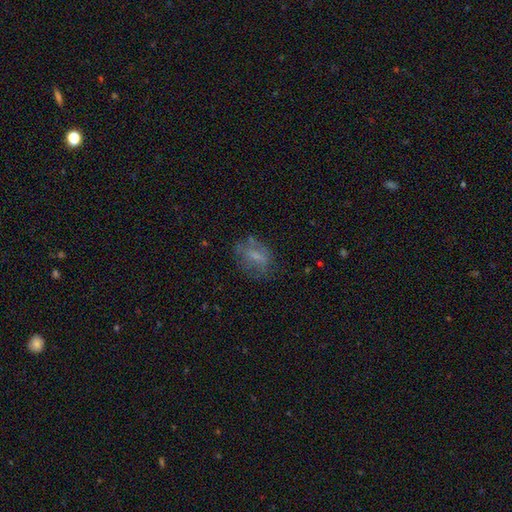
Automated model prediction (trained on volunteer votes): smooth 50%, featured or disk 38%, star or artifact 13%. Down the decision tree: merging — none (59%).